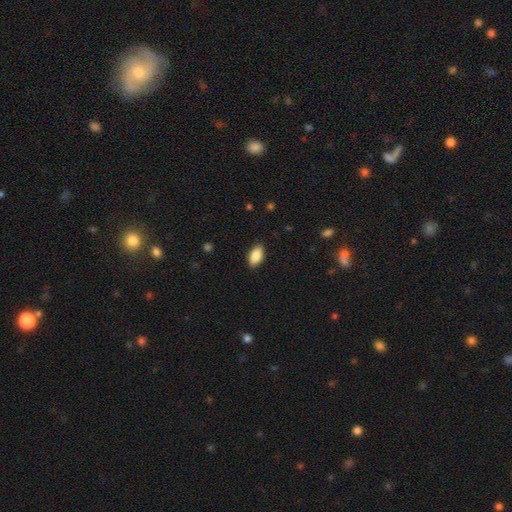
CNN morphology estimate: The model was most divided on "merging": none: 88%, minor disturbance: 9%, major disturbance: 2%, merger: 1%. More confident: how rounded — in between (94%); smooth or featured — smooth (88%).